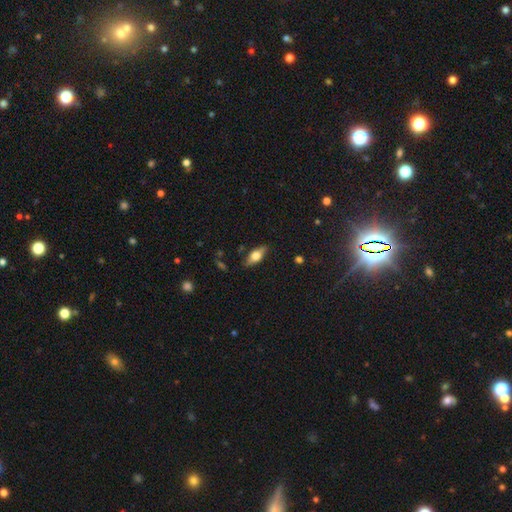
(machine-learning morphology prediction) smooth_or_featured: smooth (p=0.53) [alt: featured or disk p=0.40]
how_rounded: in between (p=0.74) [alt: cigar-shaped p=0.22]
merging: none (p=0.81) [alt: minor disturbance p=0.15]